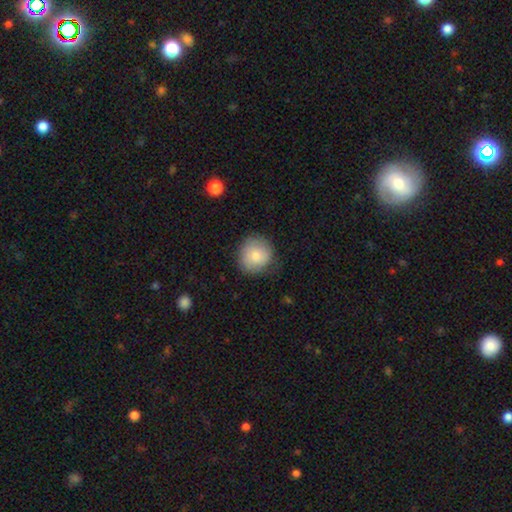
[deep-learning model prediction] Smooth or featured? Predicted: smooth (p=0.81). How rounded? Predicted: round (p=0.90). Merging? Predicted: none (p=0.78).